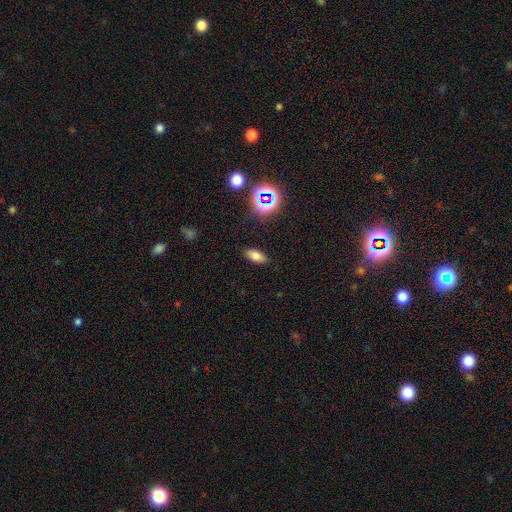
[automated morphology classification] A smooth galaxy with no disk features (73%) that is in between round and cigar-shaped (83%).

Vote fractions:
- Smooth or featured? smooth: 73% / star or artifact: 16% / featured or disk: 11%
- How rounded? in between: 83% / cigar-shaped: 11% / round: 5%
- Merging? none: 87% / minor disturbance: 9% / major disturbance: 3% / merger: 1%